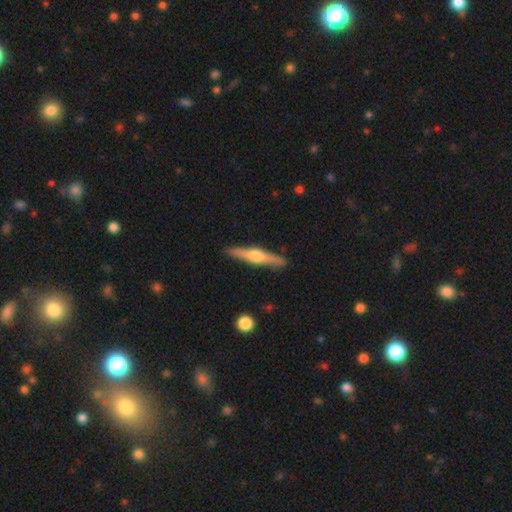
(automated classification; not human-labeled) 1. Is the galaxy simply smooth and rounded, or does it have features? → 73% featured or disk, 22% smooth, 5% star or artifact.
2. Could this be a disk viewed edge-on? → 98% yes, 2% no.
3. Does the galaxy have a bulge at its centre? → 93% rounded, 4% boxy, 2% none.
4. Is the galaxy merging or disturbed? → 90% none, 7% minor disturbance, 1% major disturbance, 1% merger.